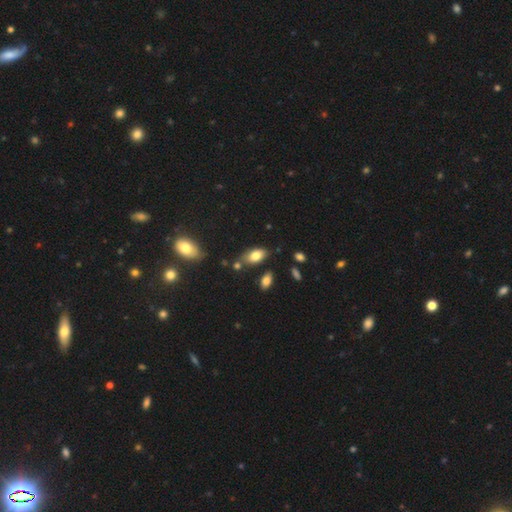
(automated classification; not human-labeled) This is likely a smooth galaxy (80%). How rounded: clearly in between (91%). Merging: likely none (70%).